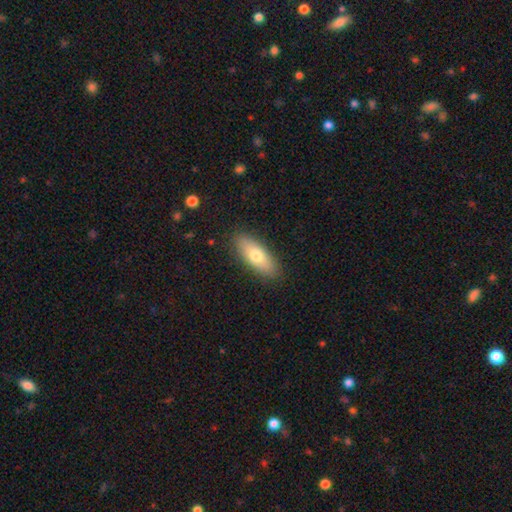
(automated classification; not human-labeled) This is likely a smooth galaxy (71%). How rounded: likely in between (69%). Merging: clearly none (88%).